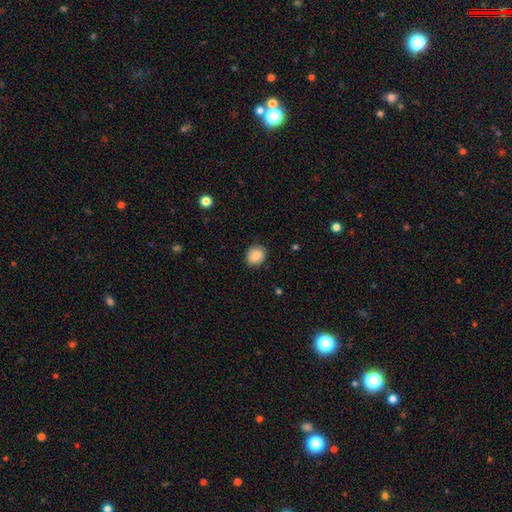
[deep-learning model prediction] A smooth galaxy with no disk features (83%) that is round (67%). Merging: none (83%).